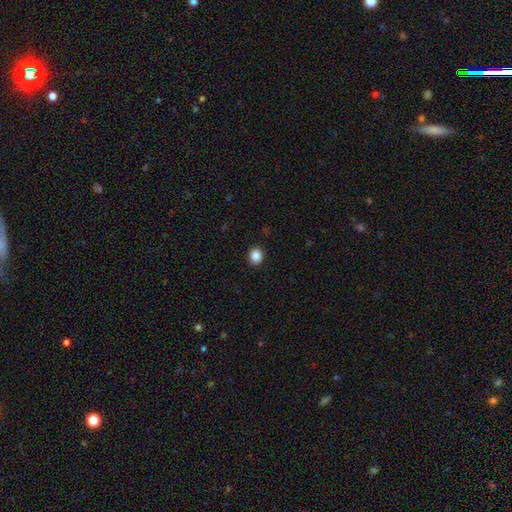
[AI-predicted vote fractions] Smooth or featured: smooth — 86% (star or artifact — 10%)
How rounded: round — 77% (in between — 22%)
Merging: none — 92% (minor disturbance — 5%)